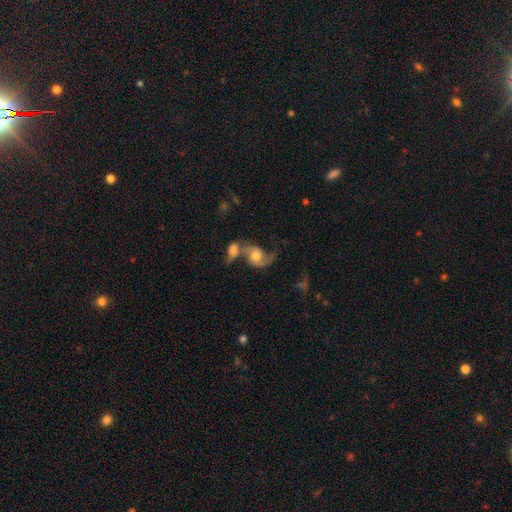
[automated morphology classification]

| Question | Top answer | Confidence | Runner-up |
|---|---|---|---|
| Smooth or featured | featured or disk | 64% | smooth (28%) |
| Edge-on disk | no | 97% | yes (3%) |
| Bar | no | 72% | weak (24%) |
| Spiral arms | yes | 88% | no (12%) |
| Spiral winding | loose | 62% | medium (30%) |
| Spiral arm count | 2 | 73% | 1 (20%) |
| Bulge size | moderate | 63% | large (19%) |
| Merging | merger | 56% | none (20%) |